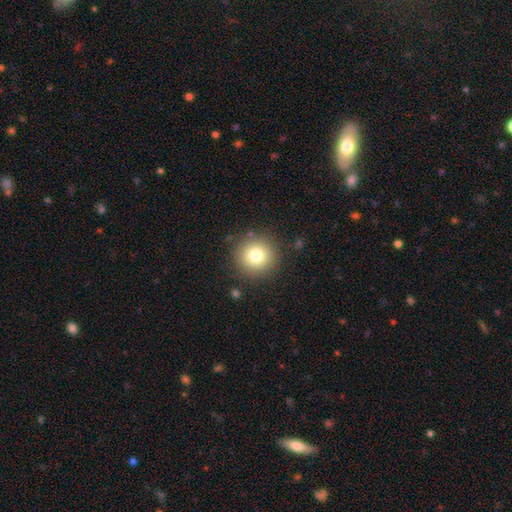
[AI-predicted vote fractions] smooth 79%, star or artifact 12%, featured or disk 9%. Down the decision tree: how rounded — round (95%); merging — none (88%).